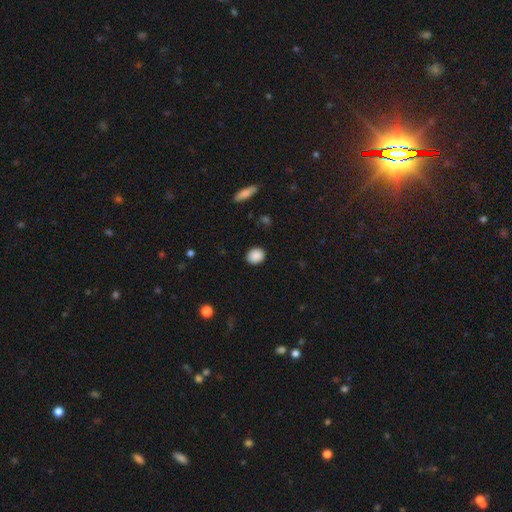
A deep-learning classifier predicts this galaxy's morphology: Smooth or featured? Predicted: smooth (p=0.89). How rounded? Predicted: round (p=0.57). Merging? Predicted: none (p=0.89).